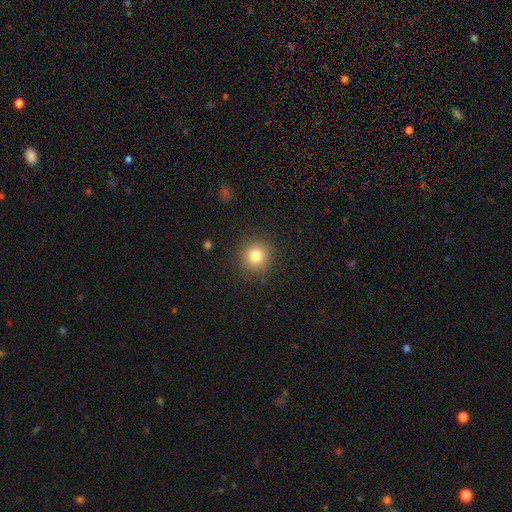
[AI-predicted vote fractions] smooth 80%, star or artifact 12%, featured or disk 8%. Down the decision tree: how rounded — round (92%); merging — none (89%).